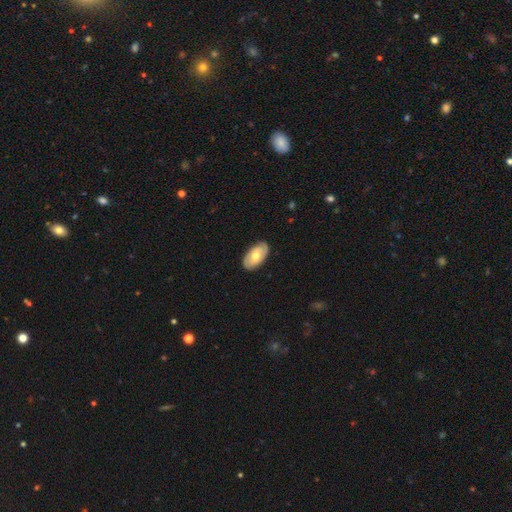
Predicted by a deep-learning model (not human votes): This appears to be a smooth galaxy with no disk features (55%) that is in between round and cigar-shaped (94%). Merging: none (84%).